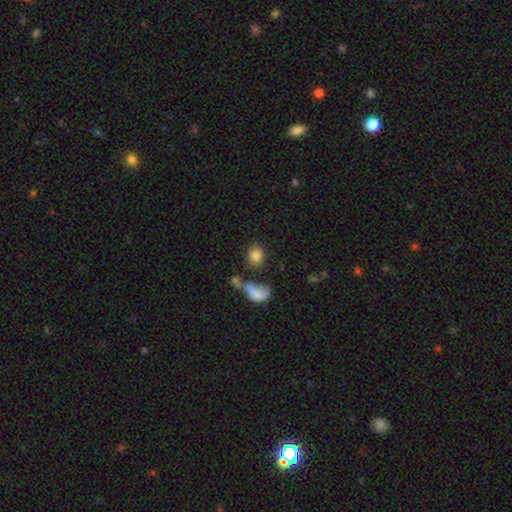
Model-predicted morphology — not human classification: type=smooth (82%); roundness=round (56%); merging=none (63%).